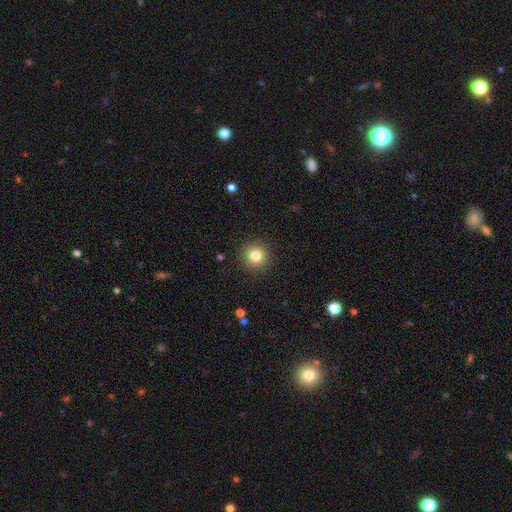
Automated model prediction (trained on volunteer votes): Morphology: type=smooth (81%); roundness=round (95%); merging=none (91%).